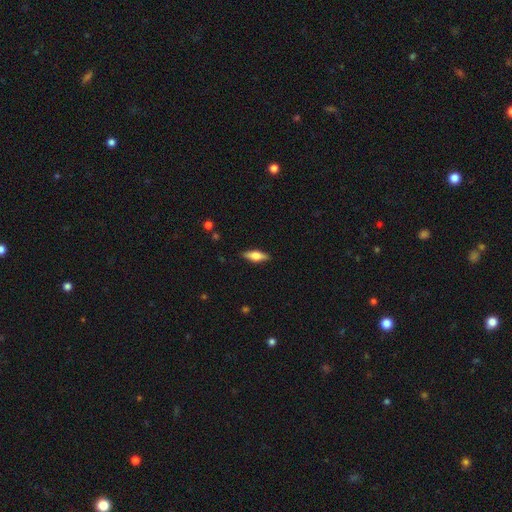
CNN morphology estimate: smooth-or-featured: smooth: 58% | featured or disk: 35% | star or artifact: 6%
  how-rounded: in between: 58% | cigar-shaped: 39% | round: 3%
  merging: none: 88% | minor disturbance: 9% | major disturbance: 2% | merger: 1%